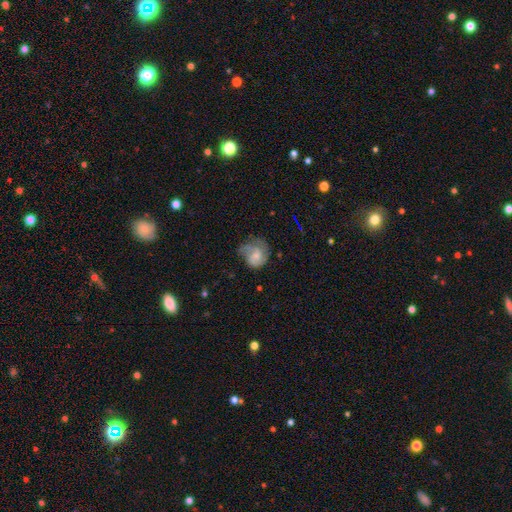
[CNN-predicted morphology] This appears to be a featured or disk galaxy (48%). Merging: none (36%).